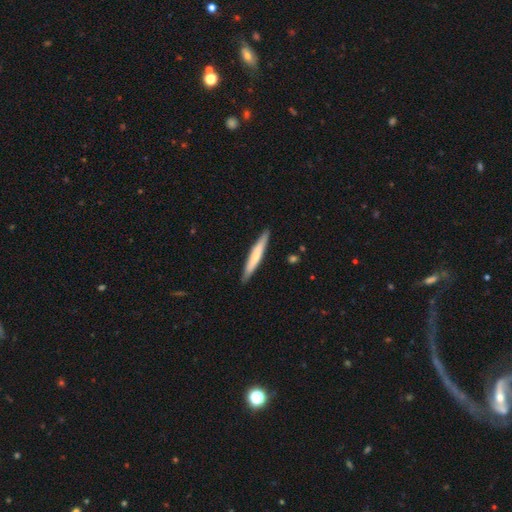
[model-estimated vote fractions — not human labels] smooth-or-featured: smooth: 57% | featured or disk: 38% | star or artifact: 5%
  how-rounded: cigar-shaped: 94% | in between: 4% | round: 1%
  merging: none: 90% | minor disturbance: 7% | major disturbance: 1% | merger: 1%